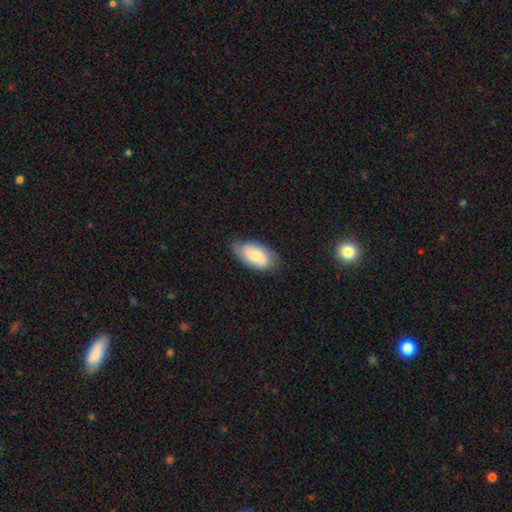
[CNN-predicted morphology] Smooth or featured? Predicted: smooth (p=0.59). How rounded? Predicted: in between (p=0.93). Merging? Predicted: none (p=0.72).